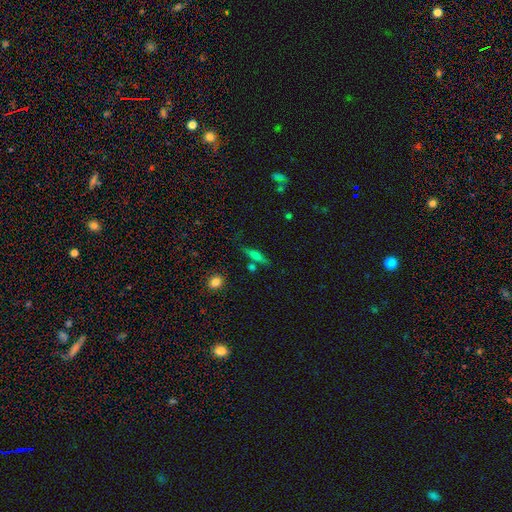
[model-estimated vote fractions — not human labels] Overall: smooth (59%; featured or disk 30%). How rounded: cigar-shaped (79%). Merging: none (74%).